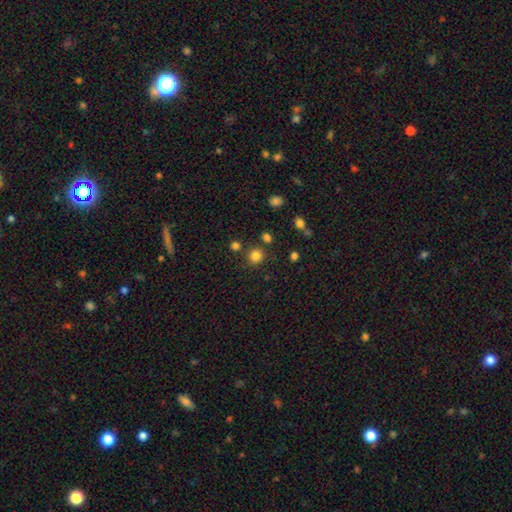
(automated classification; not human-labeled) smooth 82%, star or artifact 14%, featured or disk 5%. Down the decision tree: how rounded — round (90%); merging — none (83%).